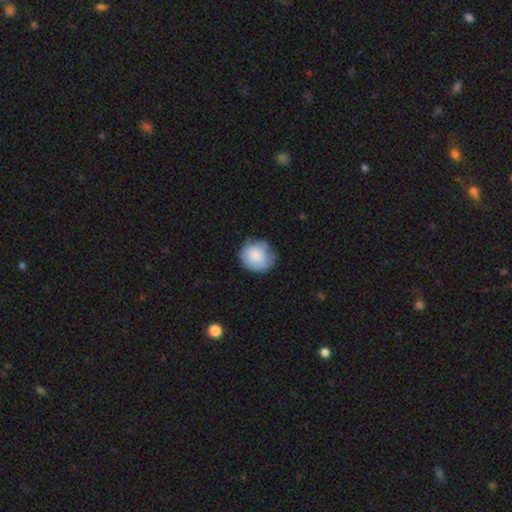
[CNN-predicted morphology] type=smooth (83%); roundness=round (82%); merging=none (65%).